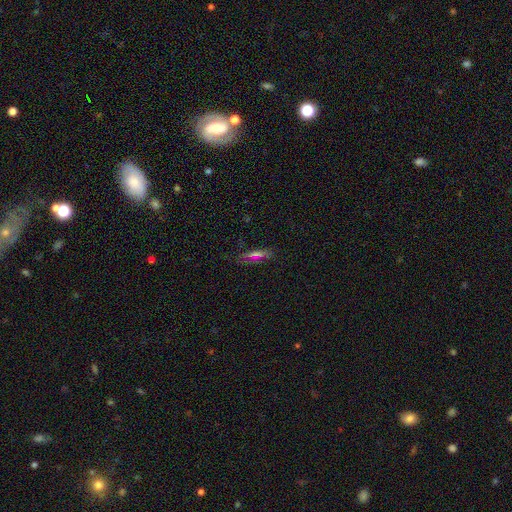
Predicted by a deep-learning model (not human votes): The model was most divided on "how rounded": cigar-shaped: 59%, in between: 37%, round: 4%. More confident: merging — none (82%); smooth or featured — smooth (56%).